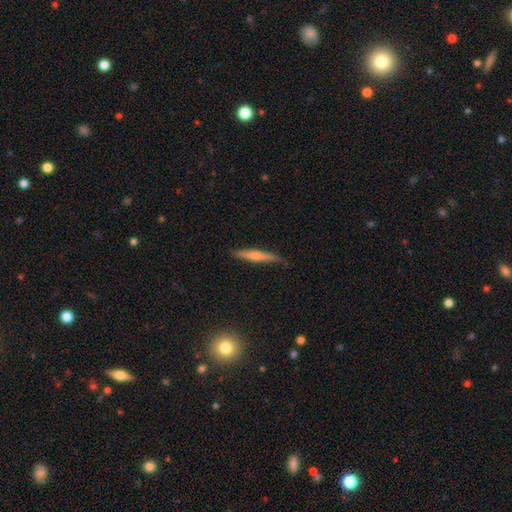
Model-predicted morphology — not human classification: smooth-or-featured: smooth: 48% | featured or disk: 46% | star or artifact: 6%
  merging: none: 83% | minor disturbance: 14% | major disturbance: 2% | merger: 1%